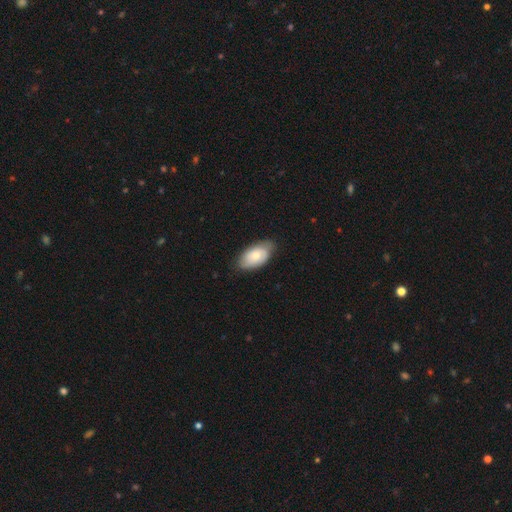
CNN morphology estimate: Q: Smooth or featured?
A: smooth (61%); runner-up: featured or disk (33%)
Q: How rounded?
A: in between (93%); runner-up: round (4%)
Q: Merging?
A: none (74%); runner-up: minor disturbance (21%)